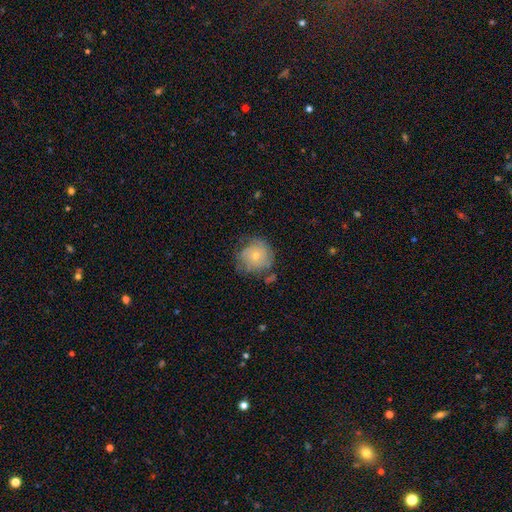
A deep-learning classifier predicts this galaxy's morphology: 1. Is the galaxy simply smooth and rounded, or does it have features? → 47% featured or disk, 46% smooth, 8% star or artifact.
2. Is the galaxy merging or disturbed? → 58% none, 27% minor disturbance, 11% major disturbance, 3% merger.